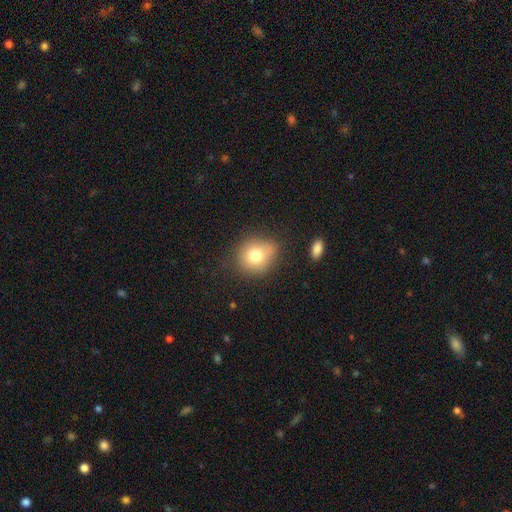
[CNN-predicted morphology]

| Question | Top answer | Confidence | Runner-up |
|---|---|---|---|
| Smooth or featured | smooth | 76% | featured or disk (13%) |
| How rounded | round | 72% | in between (27%) |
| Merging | none | 69% | minor disturbance (21%) |